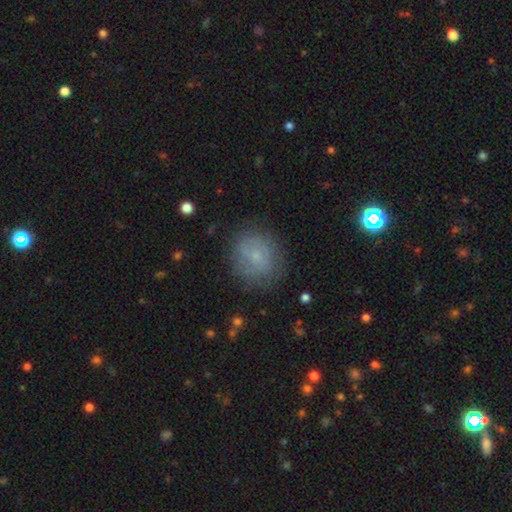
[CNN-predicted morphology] This appears to be a smooth galaxy with no disk features (64%) that is round (81%). Merging: none (76%).